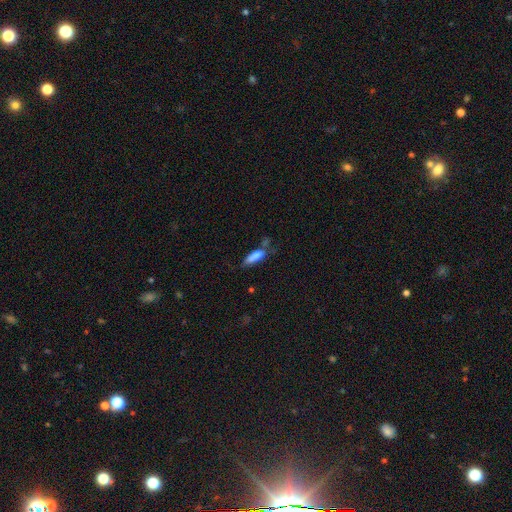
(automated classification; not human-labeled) Smooth or featured? smooth (77%)
How rounded? cigar-shaped (62%)
Merging? none (47%)